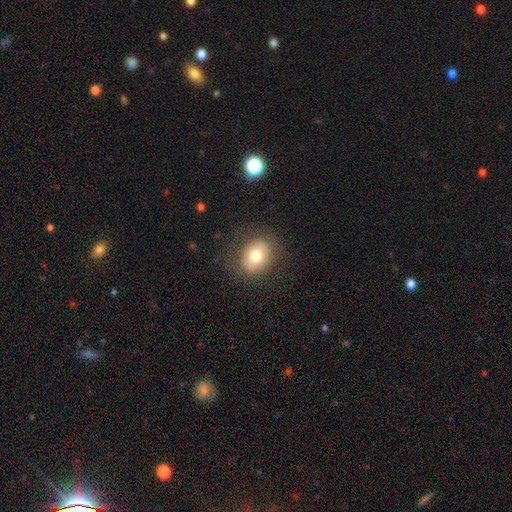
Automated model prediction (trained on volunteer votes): Smooth or featured: smooth — 73% (featured or disk — 18%)
How rounded: round — 55% (in between — 45%)
Merging: none — 82% (minor disturbance — 12%)